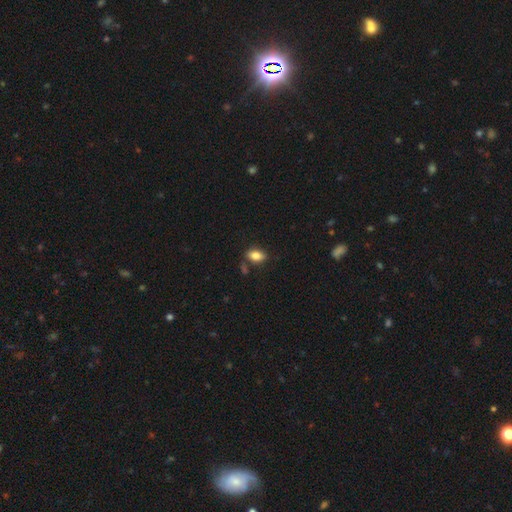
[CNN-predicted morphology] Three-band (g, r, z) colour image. It shows a smooth galaxy with no disk features (83%) that is in between round and cigar-shaped (88%). Merging: none (76%).